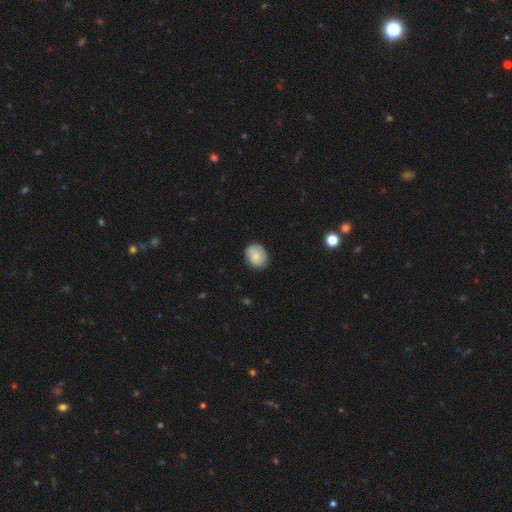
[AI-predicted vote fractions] This appears to be a smooth galaxy with no disk features (74%) that is in between round and cigar-shaped (51%). Merging: none (81%).